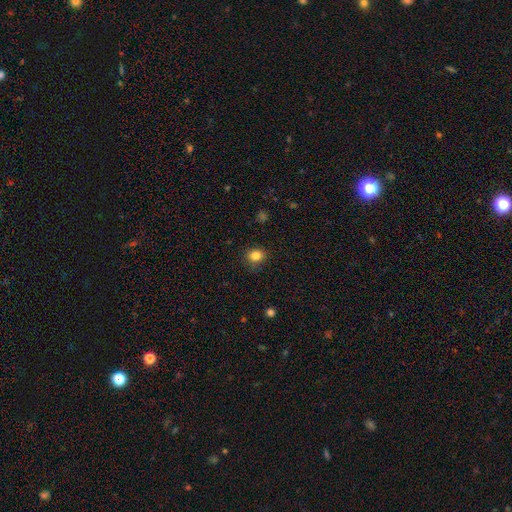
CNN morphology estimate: smooth 84%, star or artifact 12%, featured or disk 5%. Down the decision tree: how rounded — round (71%); merging — none (86%).